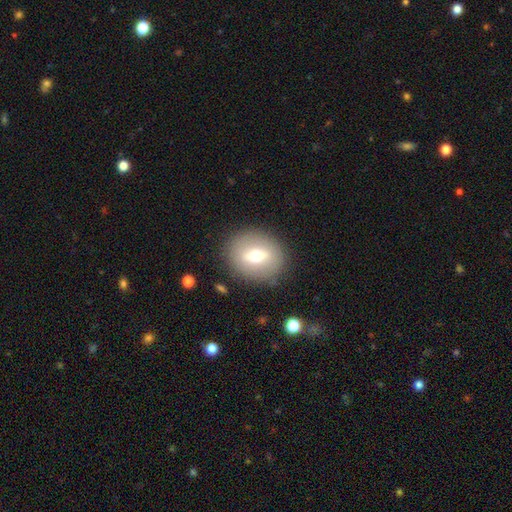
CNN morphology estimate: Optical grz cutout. It shows a smooth galaxy with no disk features (56%) that is round (59%). Merging: none (85%).